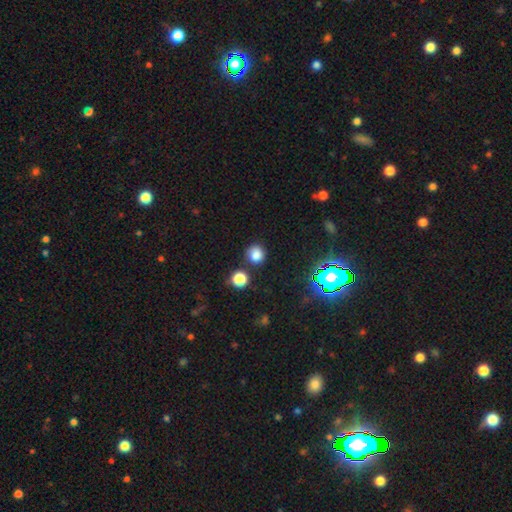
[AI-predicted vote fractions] smooth-or-featured: smooth: 78% | star or artifact: 16% | featured or disk: 6%
  how-rounded: round: 86% | in between: 13% | cigar-shaped: 1%
  merging: none: 78% | minor disturbance: 11% | merger: 8% | major disturbance: 4%